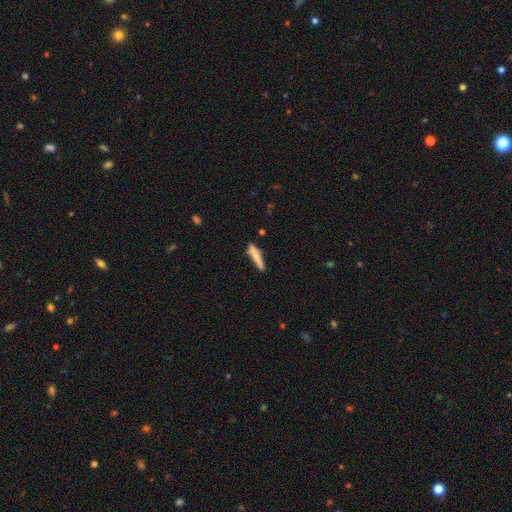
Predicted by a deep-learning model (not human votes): A smooth galaxy with no disk features (73%) that is cigar-shaped (92%). Merging: none (76%).